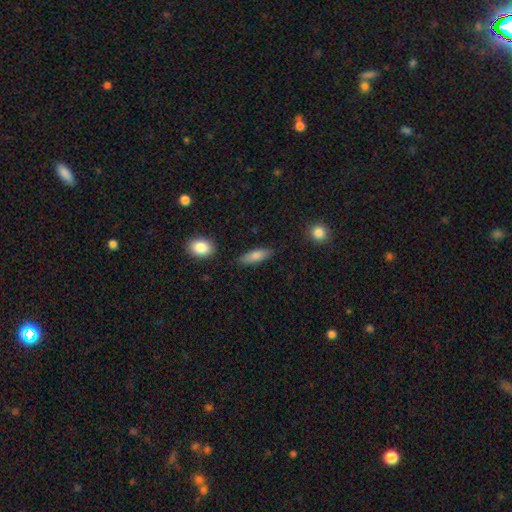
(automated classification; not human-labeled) Smooth or featured: smooth — 81% (featured or disk — 12%)
How rounded: in between — 53% (cigar-shaped — 44%)
Merging: none — 85% (minor disturbance — 11%)